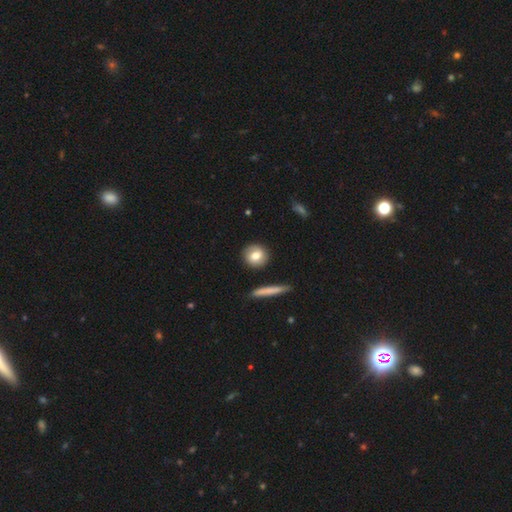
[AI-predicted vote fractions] smooth-or-featured: smooth: 73% | featured or disk: 20% | star or artifact: 7%
  how-rounded: round: 84% | in between: 13% | cigar-shaped: 3%
  merging: none: 88% | minor disturbance: 8% | merger: 2% | major disturbance: 2%